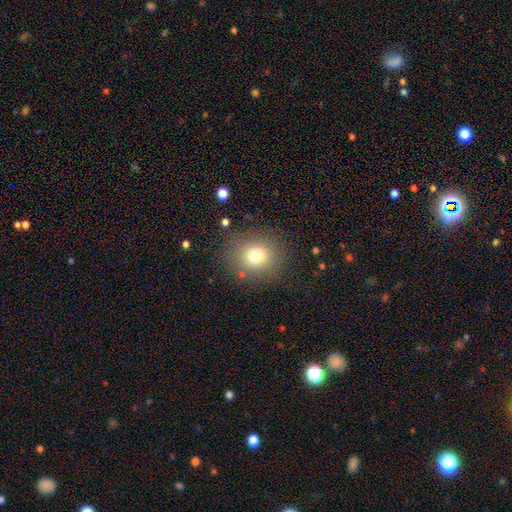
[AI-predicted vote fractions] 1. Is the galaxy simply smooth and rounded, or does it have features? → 75% smooth, 14% star or artifact, 11% featured or disk.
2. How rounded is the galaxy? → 78% round, 21% in between, 1% cigar-shaped.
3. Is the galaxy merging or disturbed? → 83% none, 10% minor disturbance, 5% major disturbance, 2% merger.